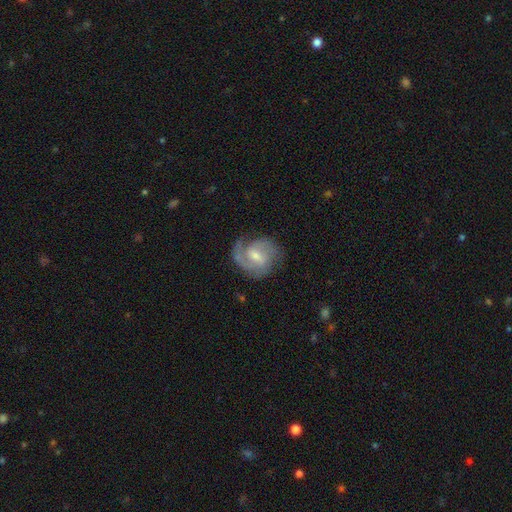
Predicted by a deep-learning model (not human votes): Smooth or featured? featured or disk (84%)
Edge-on disk? no (98%)
Bar? weak (58%)
Spiral arms? yes (96%)
Spiral winding? medium (48%)
Spiral arm count? 2 (66%)
Bulge size? small (47%)
Merging? none (70%)